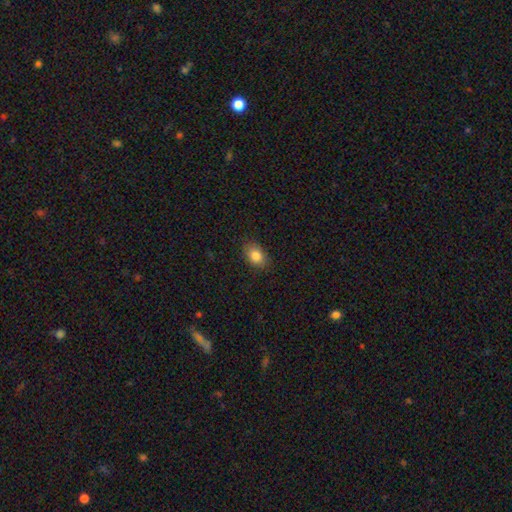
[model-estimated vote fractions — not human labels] Smooth or featured: smooth — 85% (star or artifact — 9%)
How rounded: in between — 82% (round — 16%)
Merging: none — 84% (minor disturbance — 12%)